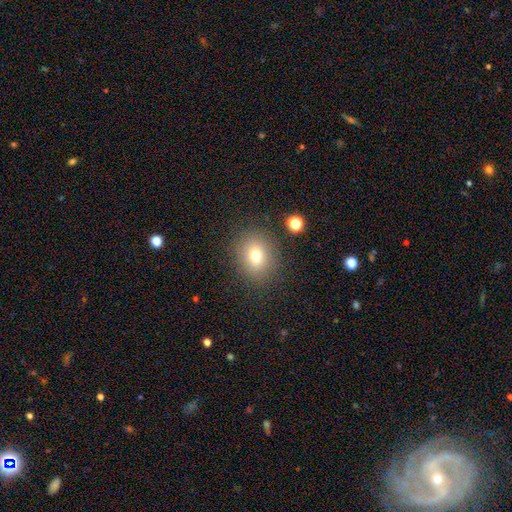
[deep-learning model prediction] This is likely a smooth galaxy (74%). How rounded: likely round (65%). Merging: clearly none (84%).